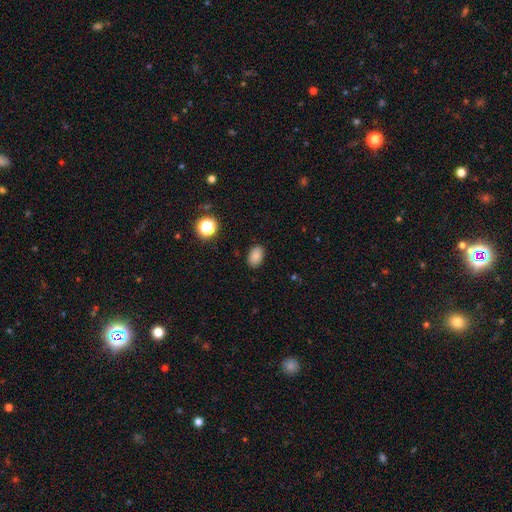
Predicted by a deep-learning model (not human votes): Morphology: type=smooth (84%); roundness=in between (86%); merging=none (87%).